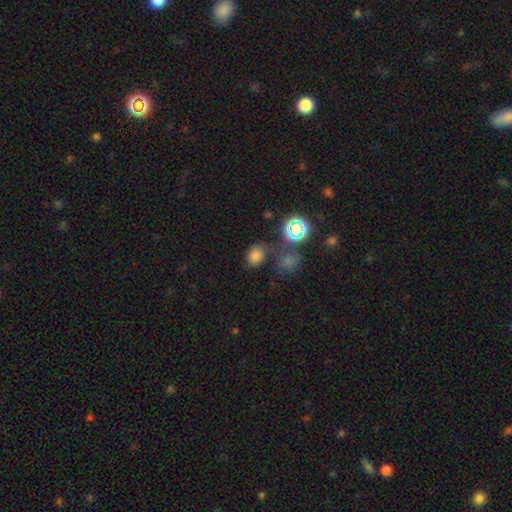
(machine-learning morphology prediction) Smooth or featured? smooth (72%)
How rounded? round (58%)
Merging? none (64%)